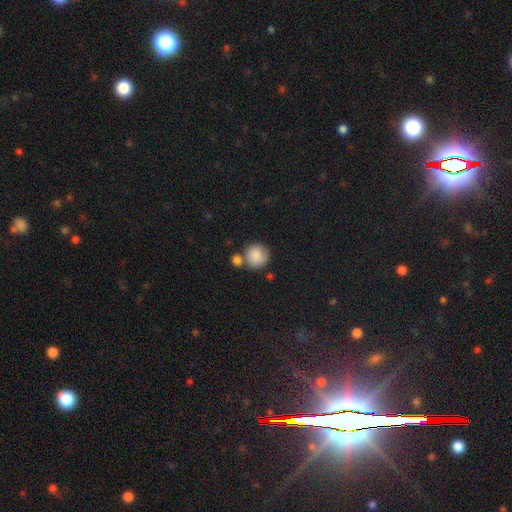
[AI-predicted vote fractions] smooth_or_featured: smooth (p=0.84) [alt: featured or disk p=0.09]
how_rounded: round (p=0.90) [alt: in between p=0.09]
merging: none (p=0.55) [alt: merger p=0.25]